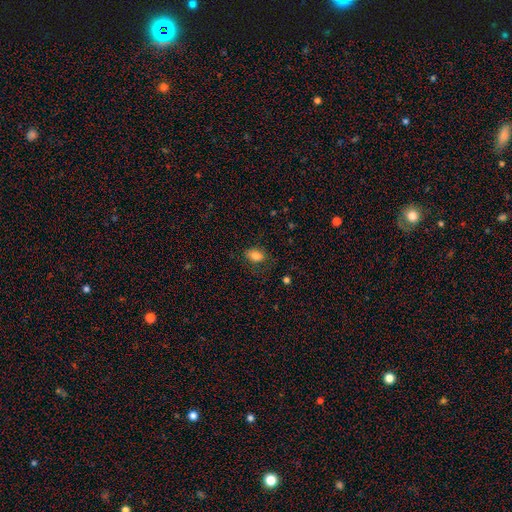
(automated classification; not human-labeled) Overall: smooth (83%). How rounded: in between (82%). Merging: none (76%).